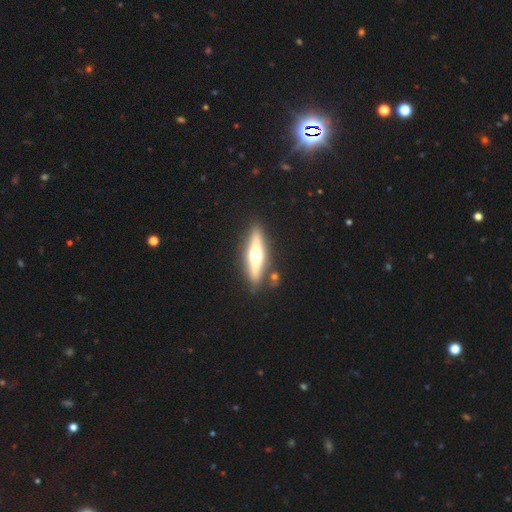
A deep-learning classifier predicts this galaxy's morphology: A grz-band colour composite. It shows a featured or disk galaxy (65%) viewed edge-on (94%) with a rounded central bulge (95%). Merging: none (86%).